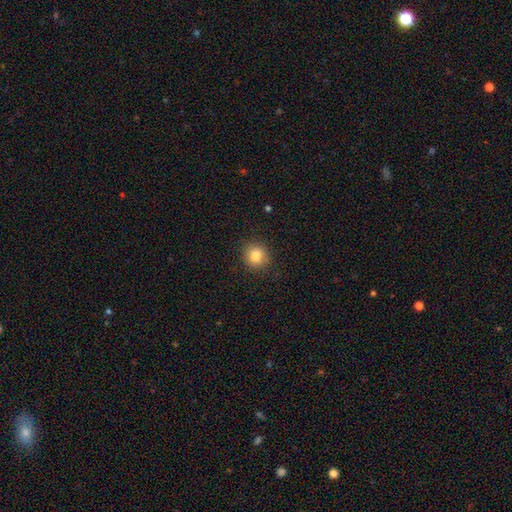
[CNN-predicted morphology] Smooth or featured?
  - smooth: 82% *
  - star or artifact: 11%
  - featured or disk: 7%
How rounded?
  - round: 87% *
  - in between: 12%
  - cigar-shaped: 1%
Merging?
  - none: 88% *
  - minor disturbance: 8%
  - major disturbance: 2%
  - merger: 1%